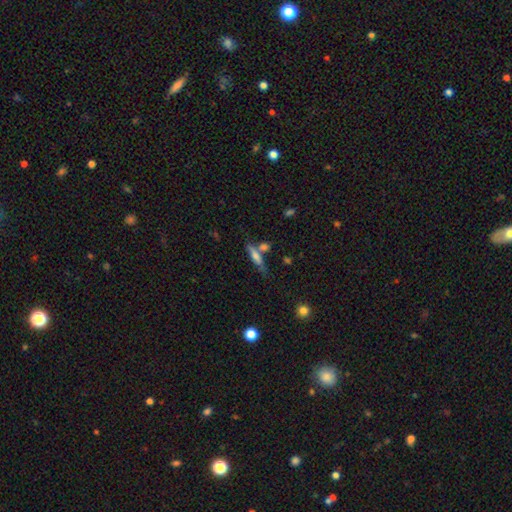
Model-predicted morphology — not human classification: Smooth or featured: smooth — 55% (featured or disk — 37%)
How rounded: cigar-shaped — 76% (in between — 21%)
Merging: none — 59% (merger — 20%)